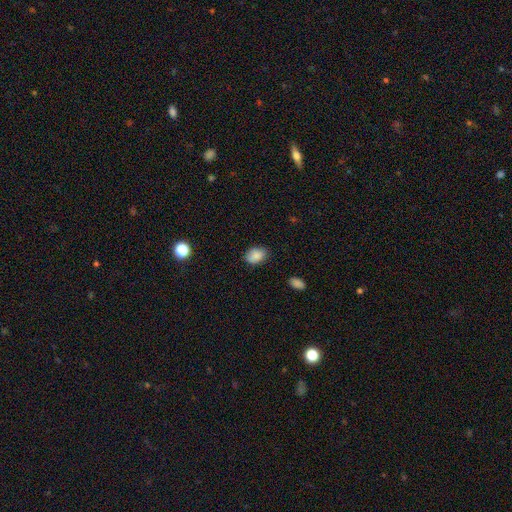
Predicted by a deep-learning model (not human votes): This is clearly a smooth galaxy (86%). How rounded: likely in between (74%). Merging: likely none (76%).